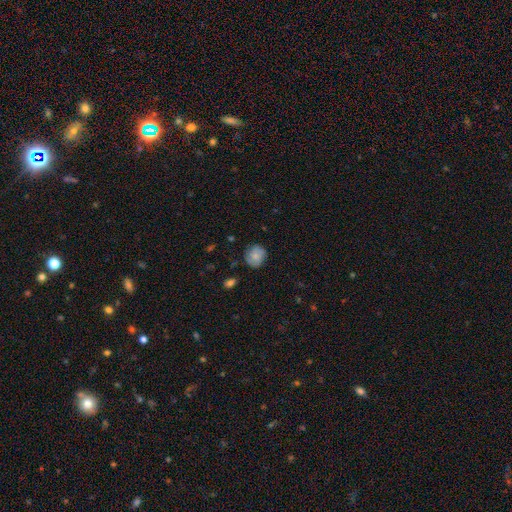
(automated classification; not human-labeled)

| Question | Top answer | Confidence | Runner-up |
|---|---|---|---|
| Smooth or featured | smooth | 66% | featured or disk (26%) |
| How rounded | round | 74% | in between (25%) |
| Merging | none | 73% | minor disturbance (21%) |